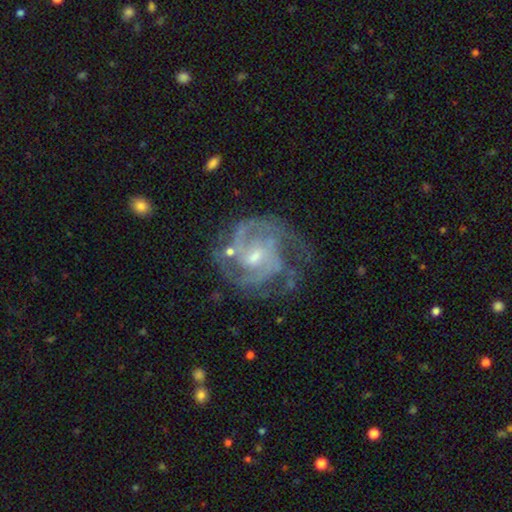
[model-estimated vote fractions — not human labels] A featured or disk galaxy (89%) with a weak bar (55%), 2 (36%) tight (48%) spiral arms (96%) and a small central bulge (54%).

Vote fractions:
- Smooth or featured? featured or disk: 89% / smooth: 6% / star or artifact: 5%
- Edge-on disk? no: 98% / yes: 2%
- Bar? weak: 55% / no: 34% / strong: 11%
- Spiral arms? yes: 96% / no: 4%
- Spiral winding? tight: 48% / medium: 43% / loose: 9%
- Spiral arm count? 2: 36% / 3: 28% / can't tell: 18% / 4: 7% / 1: 5% / more than 4: 5%
- Bulge size? small: 54% / moderate: 38% / none: 5% / large: 2% / dominant: 1%
- Merging? none: 61% / minor disturbance: 21% / major disturbance: 15% / merger: 3%